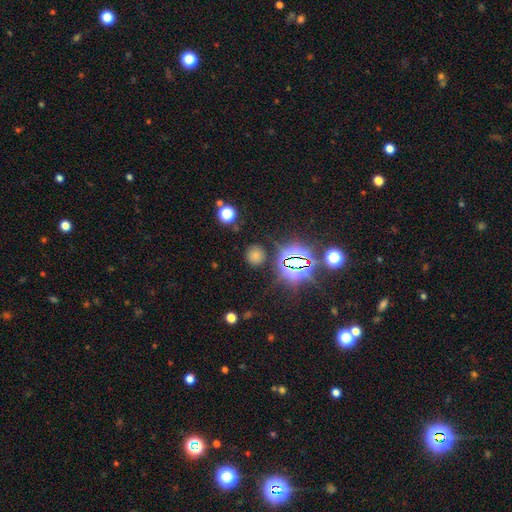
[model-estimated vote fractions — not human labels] Smooth or featured: smooth — 62% (star or artifact — 31%)
How rounded: round — 87% (in between — 11%)
Merging: none — 83% (minor disturbance — 10%)